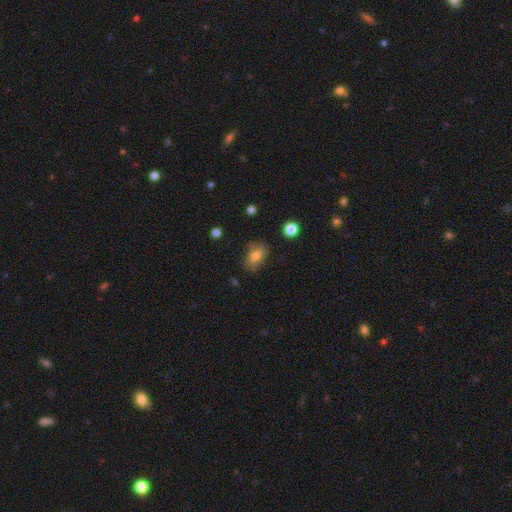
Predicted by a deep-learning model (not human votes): A smooth galaxy with no disk features (74%) that is in between round and cigar-shaped (84%). Merging: none (72%).